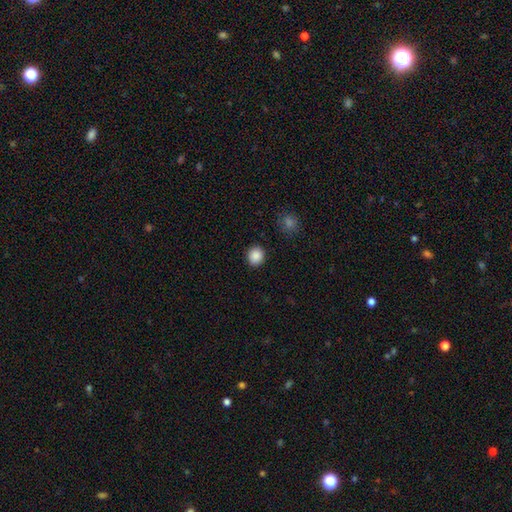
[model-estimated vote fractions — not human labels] smooth_or_featured: smooth (p=0.88) [alt: star or artifact p=0.09]
how_rounded: round (p=0.82) [alt: in between p=0.17]
merging: none (p=0.91) [alt: minor disturbance p=0.06]